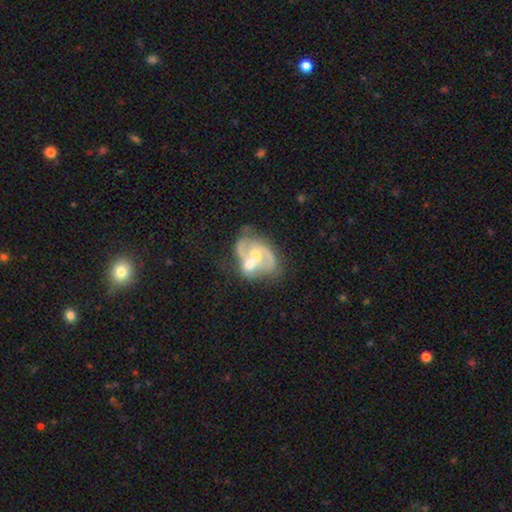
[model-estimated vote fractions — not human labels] A featured or disk galaxy (77%) with no bar (56%), 2 (77%) medium (51%) spiral arms (78%) and a moderate central bulge (64%).

Vote fractions:
- Smooth or featured? featured or disk: 77% / smooth: 17% / star or artifact: 6%
- Edge-on disk? no: 97% / yes: 3%
- Bar? no: 56% / weak: 34% / strong: 9%
- Spiral arms? yes: 78% / no: 22%
- Spiral winding? medium: 51% / loose: 28% / tight: 21%
- Spiral arm count? 2: 77% / can't tell: 11% / 1: 7% / 3: 3% / 4: 1% / more than 4: 1%
- Bulge size? moderate: 64% / small: 25% / large: 6% / none: 4% / dominant: 1%
- Merging? merger: 53% / none: 24% / minor disturbance: 13% / major disturbance: 10%